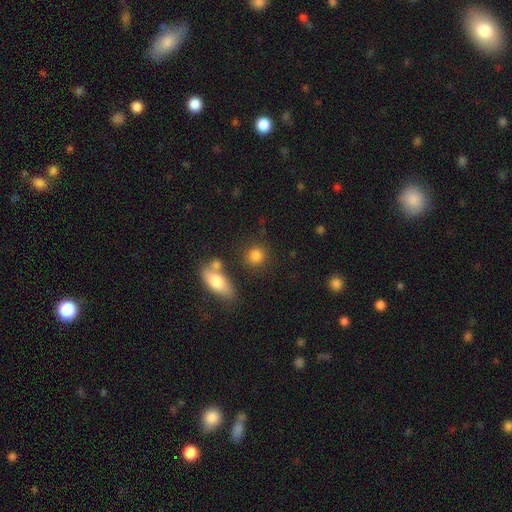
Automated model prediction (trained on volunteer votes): The model was most divided on "how rounded": round: 78%, in between: 19%, cigar-shaped: 2%. More confident: smooth or featured — smooth (83%); merging — none (76%).